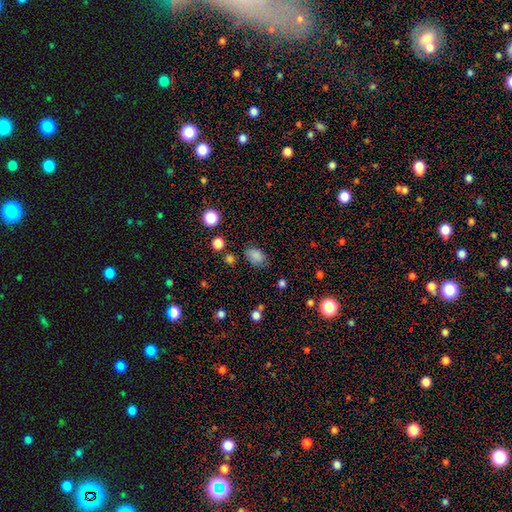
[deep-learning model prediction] Overall: smooth (83%). How rounded: in between (75%). Merging: none (73%).